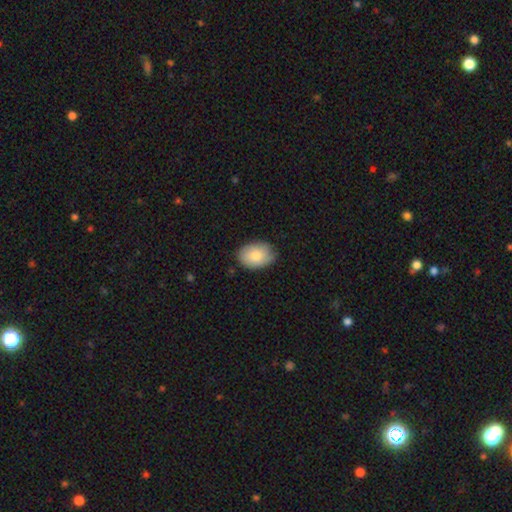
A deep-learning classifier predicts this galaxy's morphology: The model was most divided on "merging": none: 75%, minor disturbance: 21%, major disturbance: 3%, merger: 1%. More confident: smooth or featured — smooth (82%); how rounded — in between (79%).